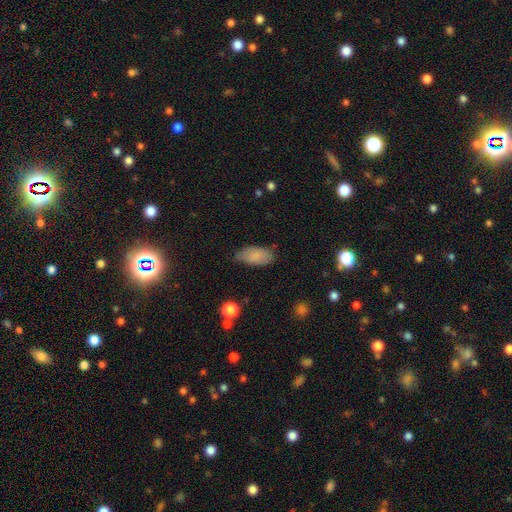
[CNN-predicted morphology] type=smooth (83%); roundness=in between (93%); merging=none (69%).